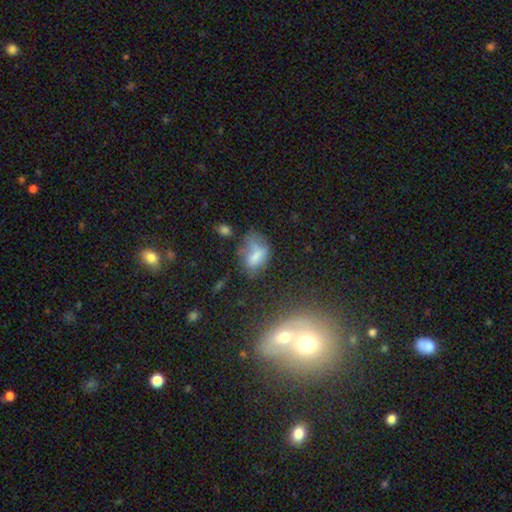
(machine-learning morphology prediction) Smooth or featured: smooth — 62% (featured or disk — 22%)
How rounded: in between — 80% (round — 17%)
Merging: none — 31% (major disturbance — 29%)